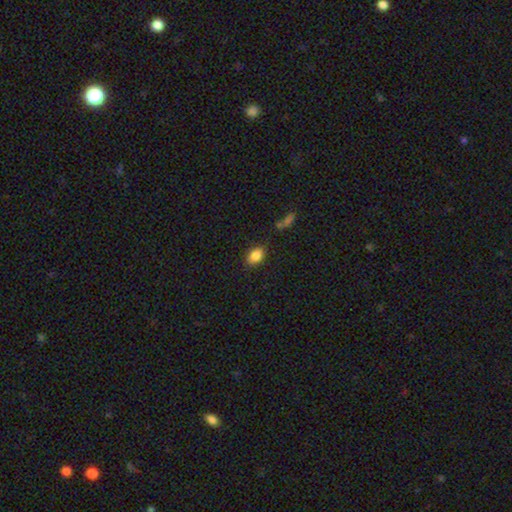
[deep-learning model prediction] The model was most divided on "merging": none: 83%, minor disturbance: 11%, major disturbance: 3%, merger: 2%. More confident: smooth or featured — smooth (85%); how rounded — in between (85%).